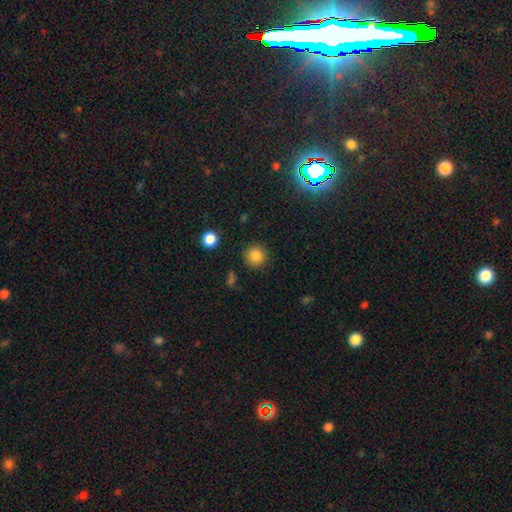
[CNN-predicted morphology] This is clearly a smooth galaxy (84%). How rounded: clearly round (93%). Merging: clearly none (89%).